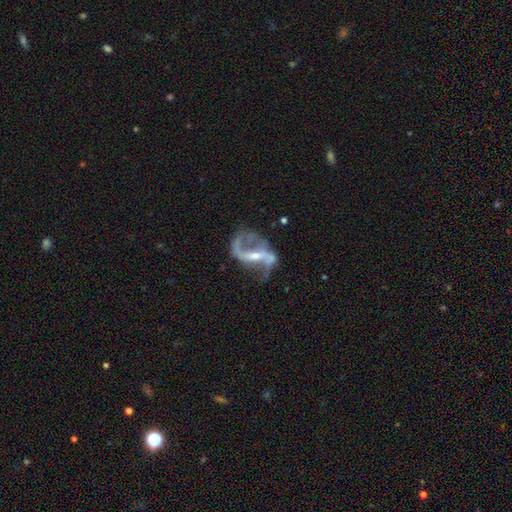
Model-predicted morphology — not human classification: type=featured or disk (90%); edge-on=no (97%); bar=strong (45%); spiral arms=yes (94%); winding=loose (74%); arm count=2 (88%); bulge=small (58%); merging=none (57%).